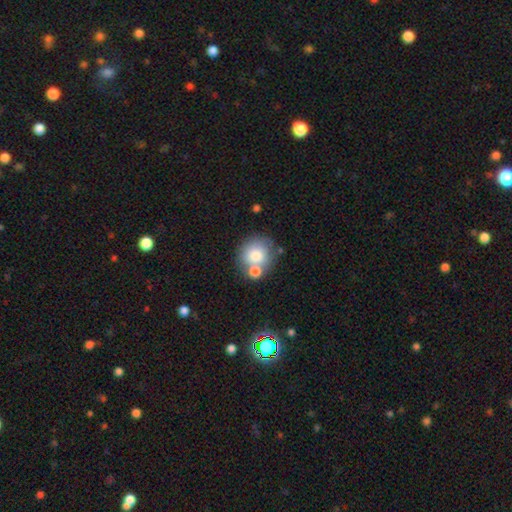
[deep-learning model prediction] The model was most divided on "merging": none: 57%, merger: 26%, minor disturbance: 12%, major disturbance: 4%. More confident: how rounded — round (87%); smooth or featured — smooth (76%).